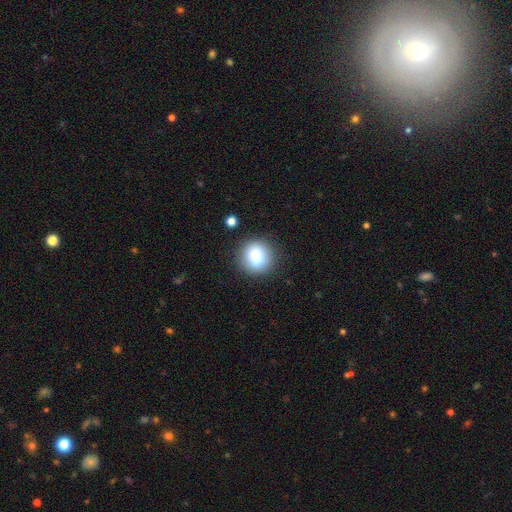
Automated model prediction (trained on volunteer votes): Overall: smooth (79%). How rounded: round (90%). Merging: none (86%).